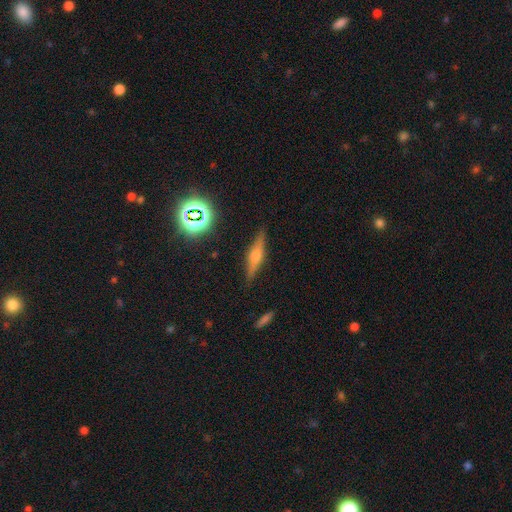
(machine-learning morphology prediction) Overall: featured or disk (59%; smooth 30%). Edge-on disk: yes (95%). Edge-on bulge: rounded (82%). Merging: none (87%).